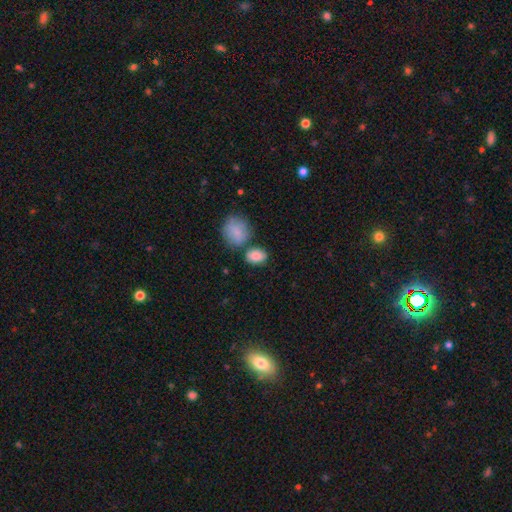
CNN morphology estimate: smooth_or_featured: smooth (p=0.85) [alt: star or artifact p=0.08]
how_rounded: in between (p=0.74) [alt: round p=0.25]
merging: none (p=0.58) [alt: merger p=0.20]